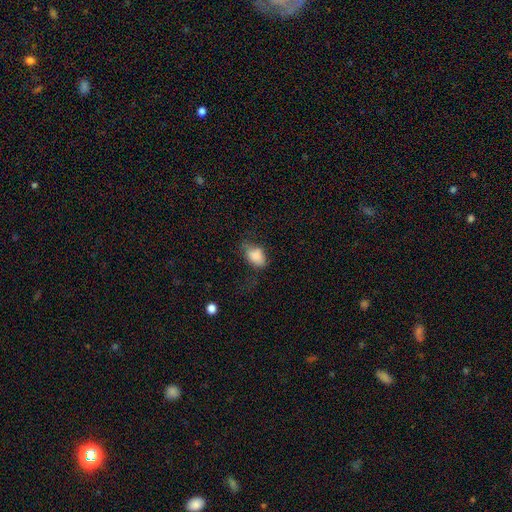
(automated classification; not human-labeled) Smooth or featured? Predicted: smooth (p=0.79). How rounded? Predicted: in between (p=0.86). Merging? Predicted: none (p=0.38).